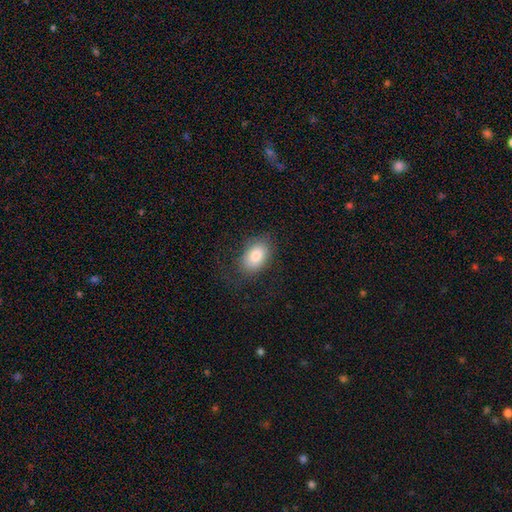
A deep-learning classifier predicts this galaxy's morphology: Q: Smooth or featured?
A: smooth (80%); runner-up: featured or disk (12%)
Q: How rounded?
A: in between (87%); runner-up: round (11%)
Q: Merging?
A: none (73%); runner-up: minor disturbance (17%)